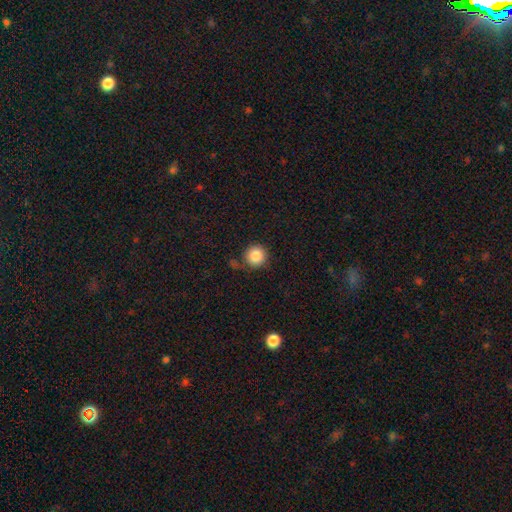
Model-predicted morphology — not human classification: Smooth or featured: smooth — 86% (star or artifact — 9%)
How rounded: round — 94% (in between — 5%)
Merging: none — 77% (minor disturbance — 13%)